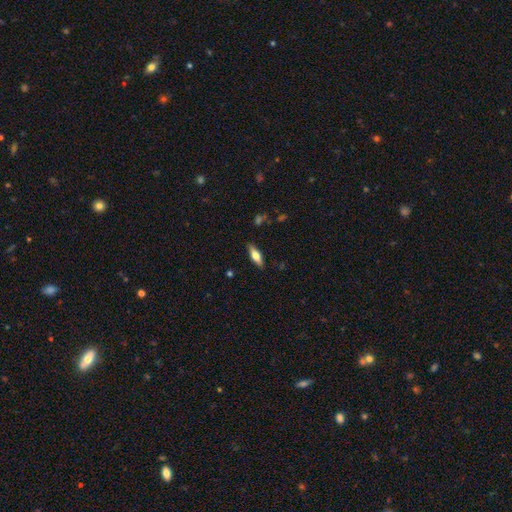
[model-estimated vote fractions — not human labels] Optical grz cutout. It shows a smooth galaxy with no disk features (55%) that is in between round and cigar-shaped (54%). Merging: none (87%).